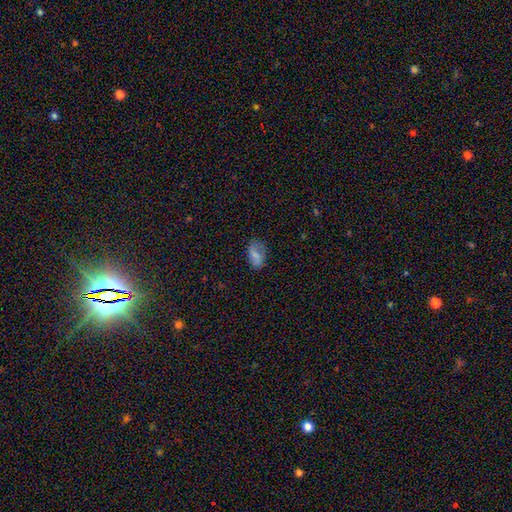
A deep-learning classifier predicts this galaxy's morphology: A smooth galaxy with no disk features (75%) that is in between round and cigar-shaped (91%).

Vote fractions:
- Smooth or featured? smooth: 75% / featured or disk: 15% / star or artifact: 11%
- How rounded? in between: 91% / round: 7% / cigar-shaped: 2%
- Merging? none: 64% / minor disturbance: 25% / major disturbance: 9% / merger: 2%